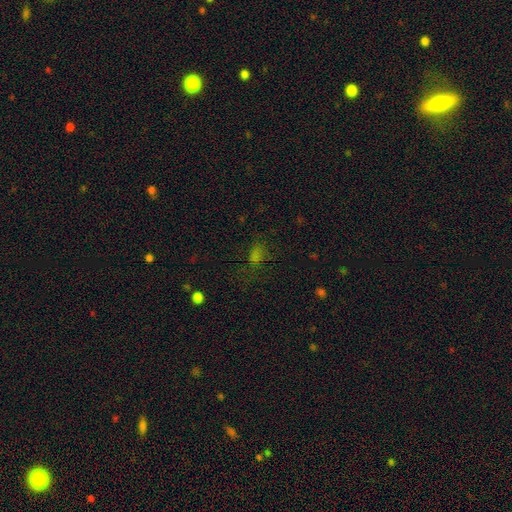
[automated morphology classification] Smooth or featured: smooth — 54% (star or artifact — 35%)
How rounded: in between — 72% (round — 22%)
Merging: none — 62% (minor disturbance — 19%)